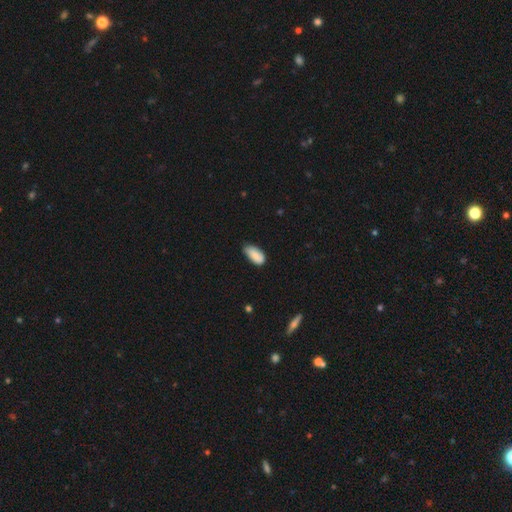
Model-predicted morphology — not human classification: A smooth galaxy with no disk features (86%) that is in between round and cigar-shaped (92%). Merging: none (57%).